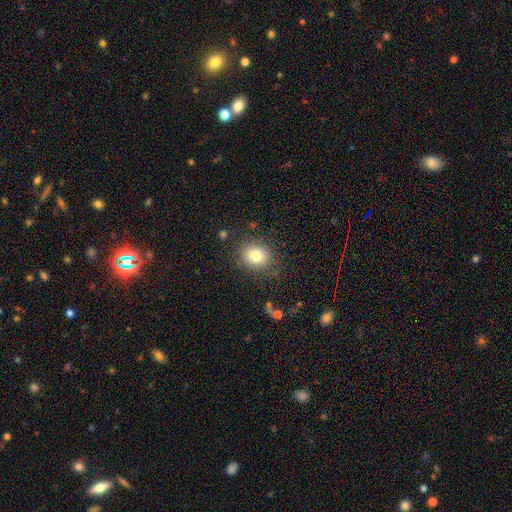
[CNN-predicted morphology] Overall: smooth (80%). How rounded: round (70%). Merging: none (85%).